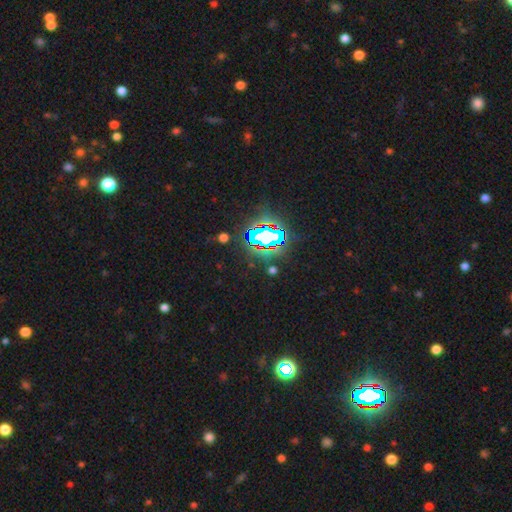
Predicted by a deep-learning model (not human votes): This is clearly a star or artifact rather than a galaxy (81%).